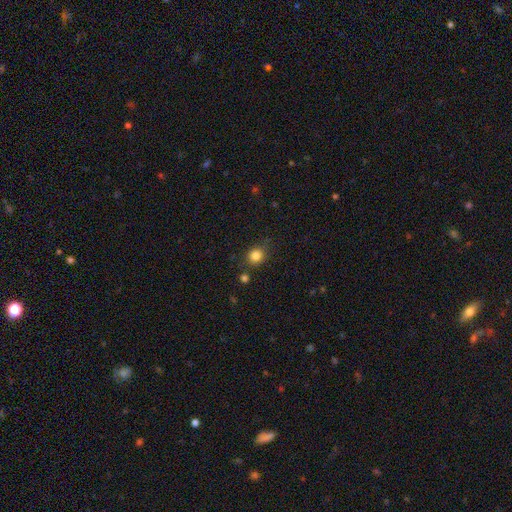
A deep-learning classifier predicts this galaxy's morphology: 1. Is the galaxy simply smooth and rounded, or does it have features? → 83% smooth, 12% star or artifact, 6% featured or disk.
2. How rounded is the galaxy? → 76% round, 23% in between, 1% cigar-shaped.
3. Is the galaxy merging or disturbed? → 77% none, 14% minor disturbance, 5% merger, 4% major disturbance.